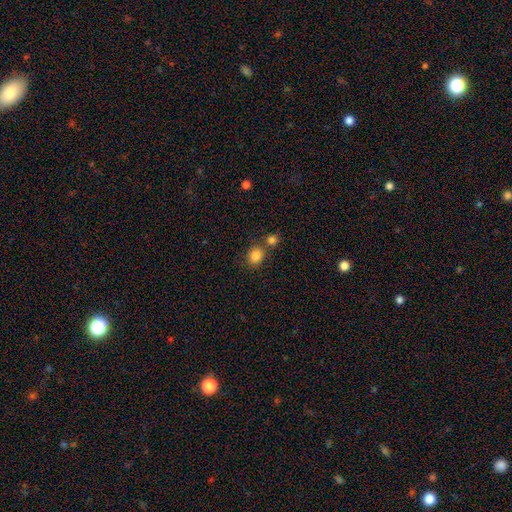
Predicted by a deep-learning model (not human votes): Smooth or featured? smooth (84%)
How rounded? round (70%)
Merging? none (63%)